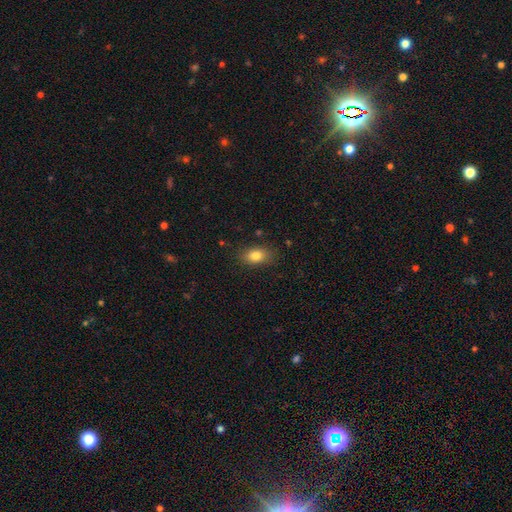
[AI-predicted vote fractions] Q: Smooth or featured?
A: smooth (82%); runner-up: star or artifact (9%)
Q: How rounded?
A: in between (84%); runner-up: round (14%)
Q: Merging?
A: none (84%); runner-up: minor disturbance (12%)